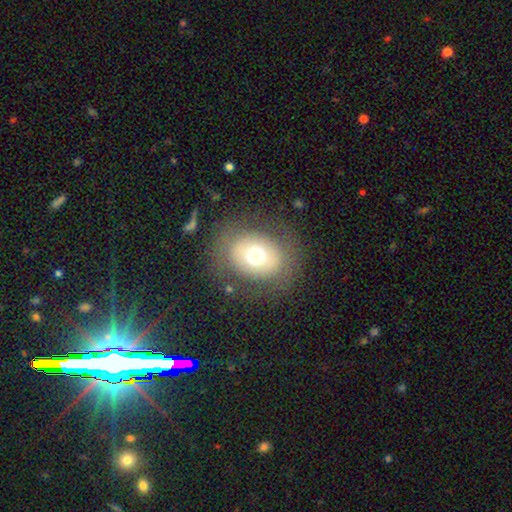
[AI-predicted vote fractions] A smooth galaxy with no disk features (64%) that is round (56%).

Vote fractions:
- Smooth or featured? smooth: 64% / featured or disk: 23% / star or artifact: 13%
- How rounded? round: 56% / in between: 43% / cigar-shaped: 1%
- Merging? none: 78% / minor disturbance: 11% / major disturbance: 9% / merger: 2%